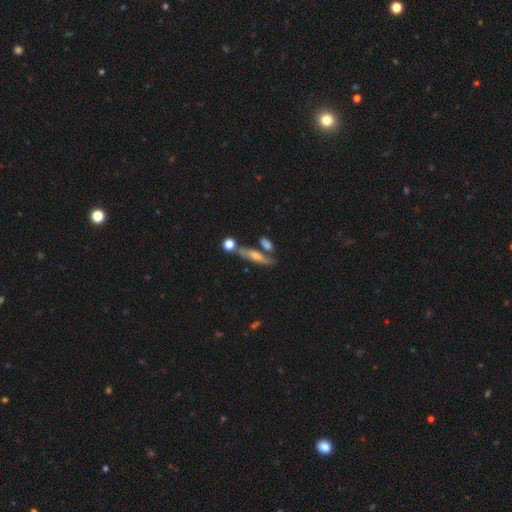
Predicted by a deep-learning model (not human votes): Morphology: type=featured or disk (54%); edge-on=yes (73%); merging=none (59%).